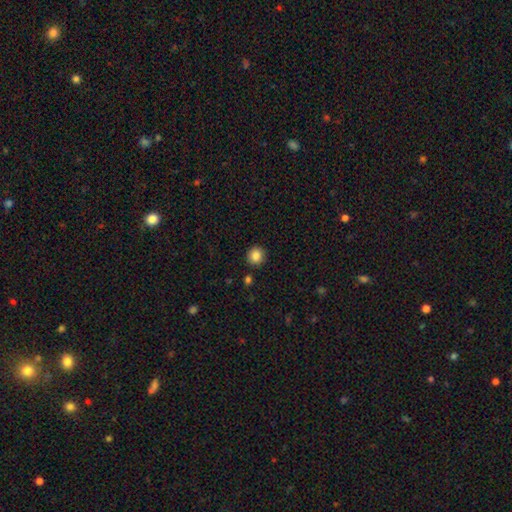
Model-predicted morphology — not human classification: Smooth or featured? smooth (87%)
How rounded? round (92%)
Merging? none (90%)